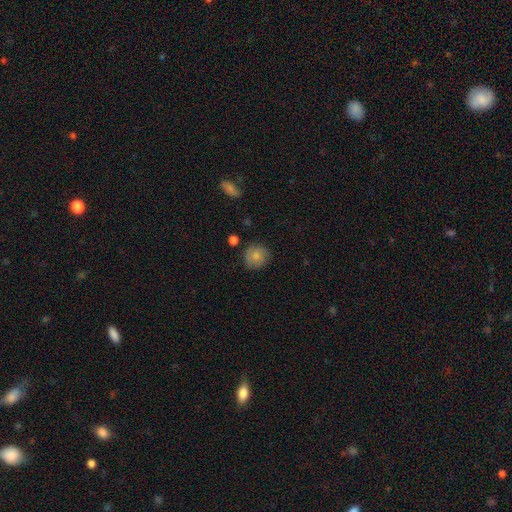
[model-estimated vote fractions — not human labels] This appears to be a smooth galaxy with no disk features (77%) that is round (88%). Merging: none (79%).